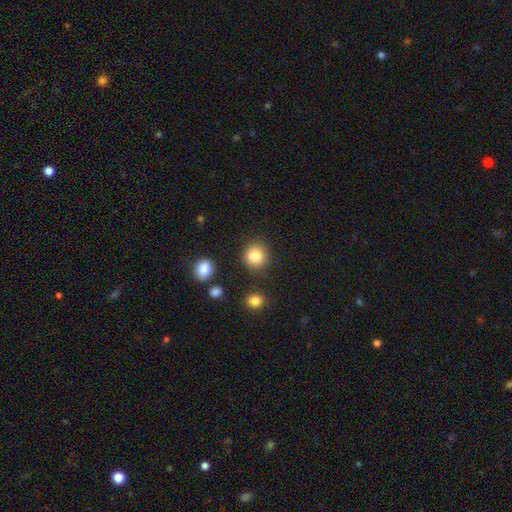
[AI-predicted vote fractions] Smooth or featured: smooth — 85% (star or artifact — 10%)
How rounded: round — 87% (in between — 12%)
Merging: none — 84% (minor disturbance — 9%)